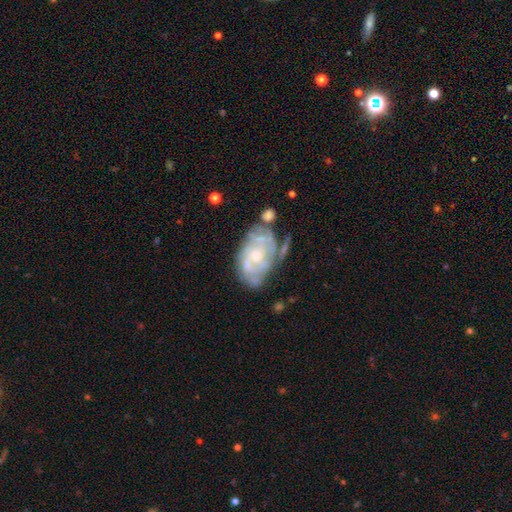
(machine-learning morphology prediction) This appears to be a featured or disk galaxy (78%) with no bar (76%), tight (62%) spiral arms (75%) and a small central bulge (49%). Merging: none (45%).